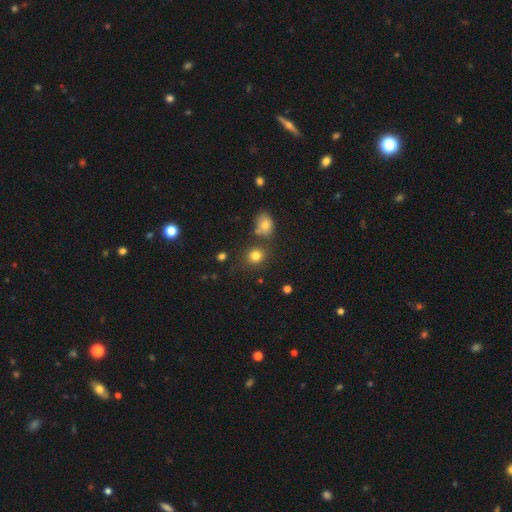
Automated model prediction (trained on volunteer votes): A smooth galaxy with no disk features (81%) that is round (77%). Merging: none (75%).